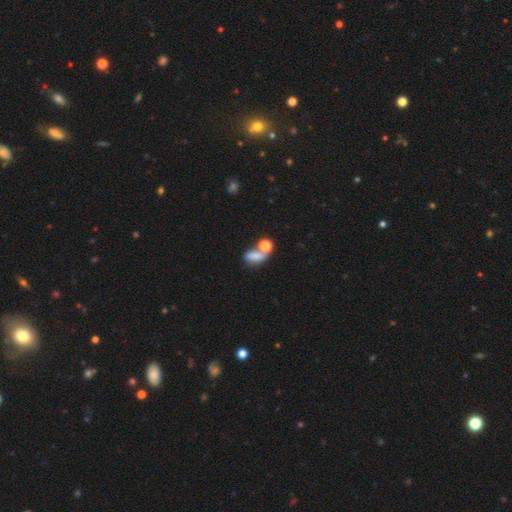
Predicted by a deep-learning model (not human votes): A smooth galaxy with no disk features (73%) that is in between round and cigar-shaped (68%). Merging: merger (42%).